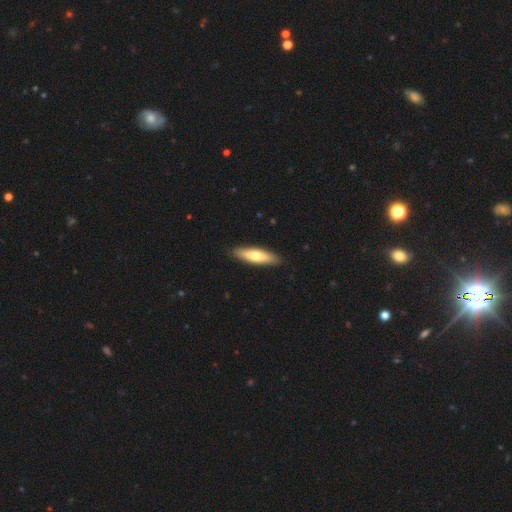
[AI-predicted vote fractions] Smooth or featured? Predicted: smooth (p=0.66). How rounded? Predicted: cigar-shaped (p=0.59). Merging? Predicted: none (p=0.89).